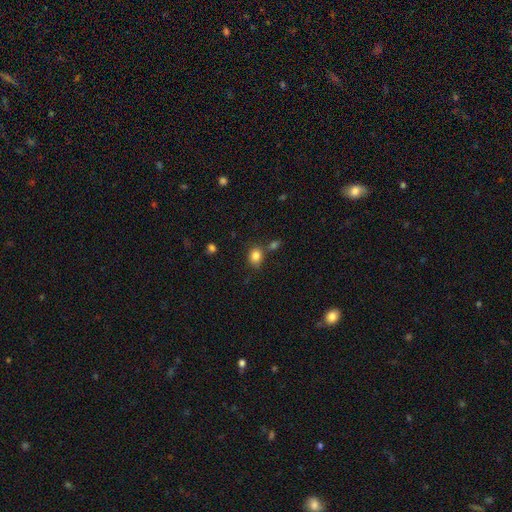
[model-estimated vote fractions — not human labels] This is clearly a smooth galaxy (84%). How rounded: possibly in between (50%). Merging: likely none (69%).